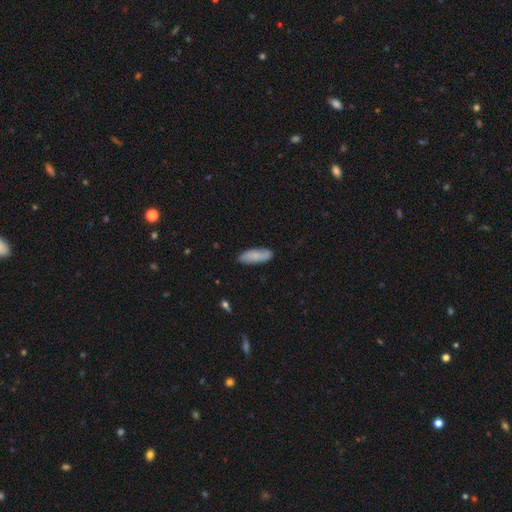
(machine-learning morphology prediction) A smooth galaxy with no disk features (78%) that is in between round and cigar-shaped (63%). Merging: none (82%).